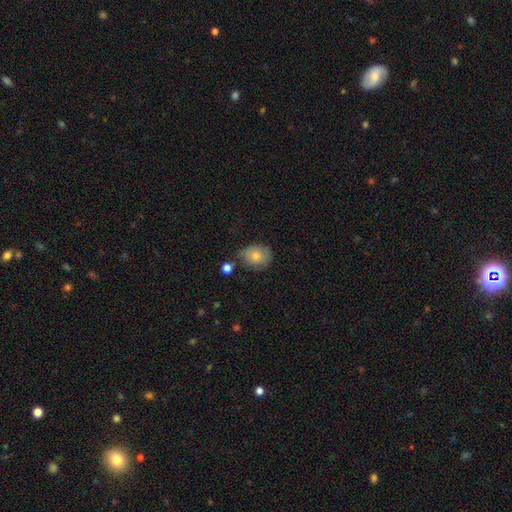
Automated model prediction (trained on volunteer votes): Smooth or featured: smooth — 70% (featured or disk — 19%)
How rounded: round — 63% (in between — 36%)
Merging: none — 69% (minor disturbance — 22%)